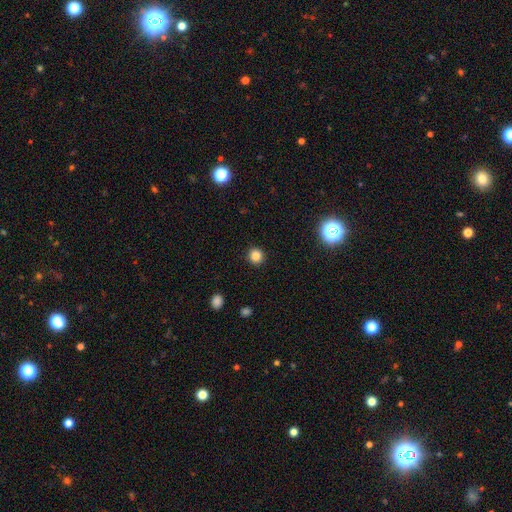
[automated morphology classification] Overall: smooth (83%). How rounded: round (93%). Merging: none (92%).